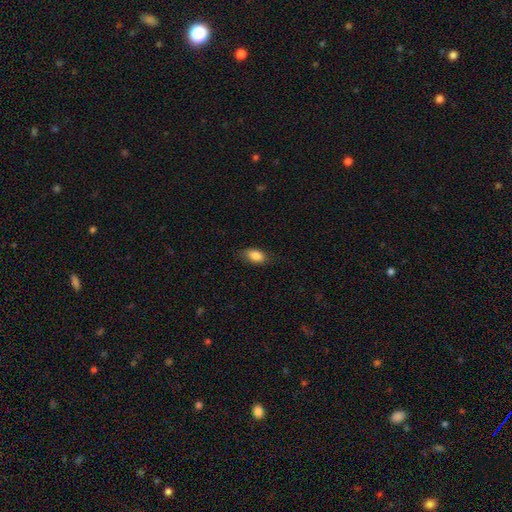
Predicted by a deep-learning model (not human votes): smooth_or_featured: smooth (p=0.85) [alt: star or artifact p=0.08]
how_rounded: in between (p=0.88) [alt: round p=0.08]
merging: none (p=0.79) [alt: minor disturbance p=0.16]